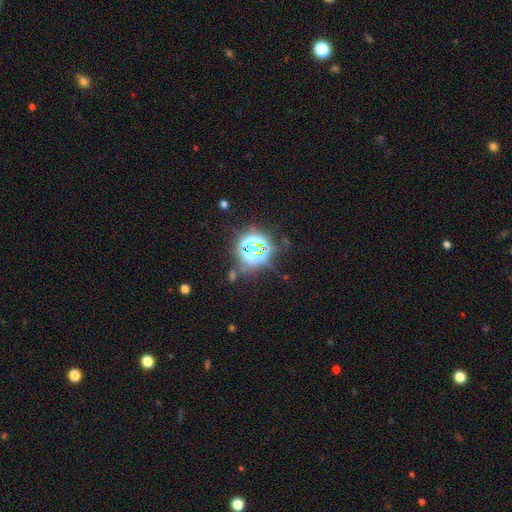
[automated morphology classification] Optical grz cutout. It shows a star or artifact, not a galaxy (82%).